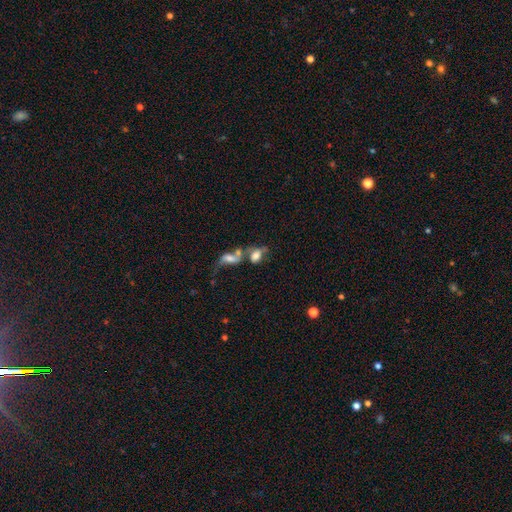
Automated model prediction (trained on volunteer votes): Smooth or featured?
  - smooth: 56% *
  - featured or disk: 32%
  - star or artifact: 12%
How rounded?
  - in between: 81% *
  - round: 15%
  - cigar-shaped: 5%
Merging?
  - merger: 61% *
  - none: 18%
  - major disturbance: 13%
  - minor disturbance: 9%